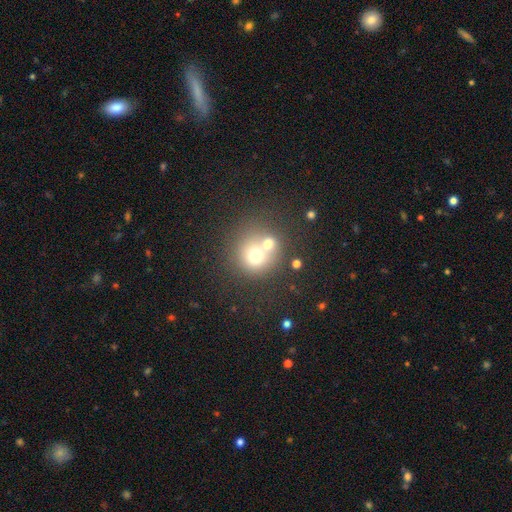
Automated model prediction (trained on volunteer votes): Q: Smooth or featured?
A: smooth (67%); runner-up: featured or disk (18%)
Q: How rounded?
A: round (87%); runner-up: in between (13%)
Q: Merging?
A: merger (50%); runner-up: none (39%)